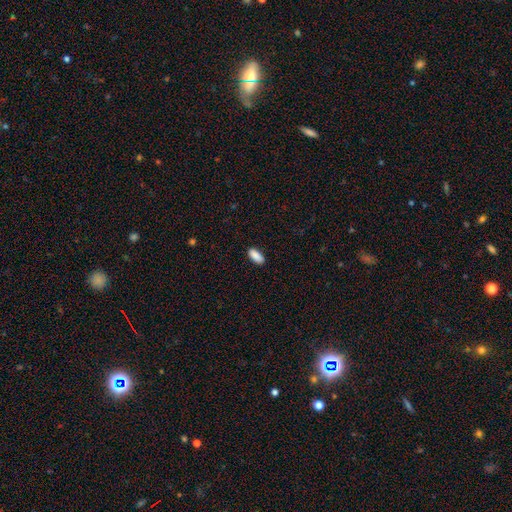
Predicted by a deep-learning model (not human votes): Morphology: type=smooth (90%); roundness=in between (83%); merging=none (88%).